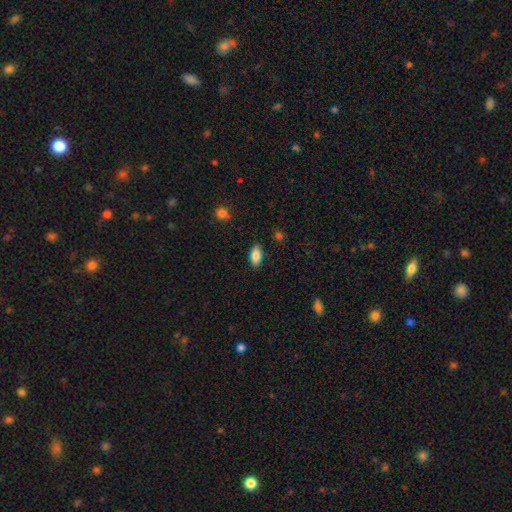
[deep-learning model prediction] Q: Smooth or featured?
A: smooth (86%); runner-up: star or artifact (7%)
Q: How rounded?
A: in between (91%); runner-up: cigar-shaped (6%)
Q: Merging?
A: none (88%); runner-up: minor disturbance (9%)